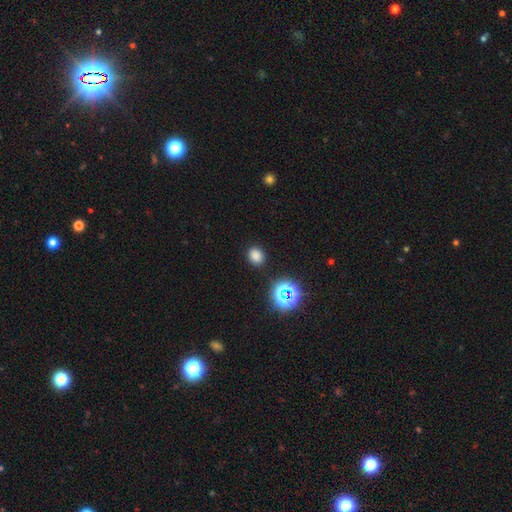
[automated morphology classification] Smooth or featured? Predicted: smooth (p=0.77). How rounded? Predicted: round (p=0.55). Merging? Predicted: none (p=0.86).